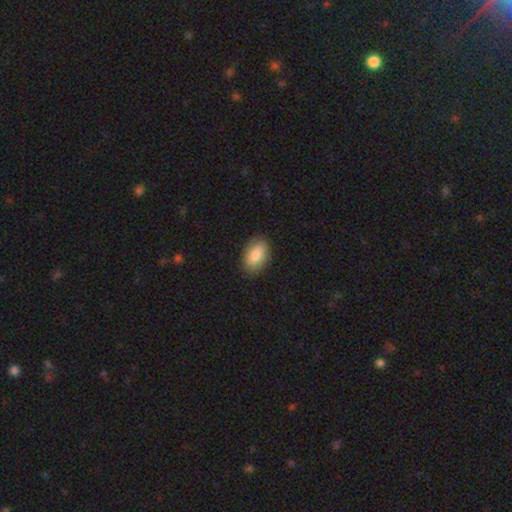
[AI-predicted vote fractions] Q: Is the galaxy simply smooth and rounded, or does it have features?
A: smooth — 83%.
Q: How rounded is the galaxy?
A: in between — 90%.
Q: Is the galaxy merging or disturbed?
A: none — 85%.